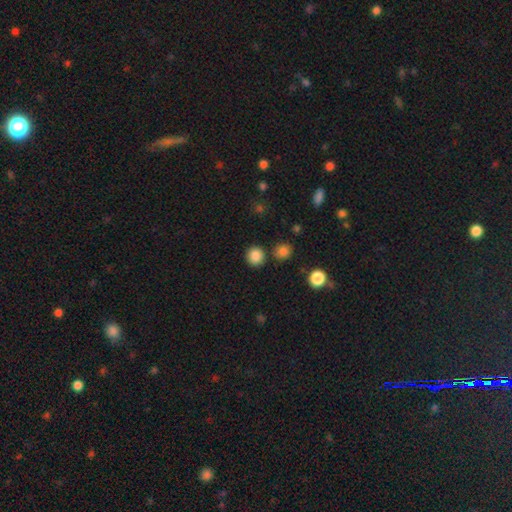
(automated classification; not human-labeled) A smooth galaxy with no disk features (86%) that is round (91%).

Vote fractions:
- Smooth or featured? smooth: 86% / star or artifact: 10% / featured or disk: 4%
- How rounded? round: 91% / in between: 8% / cigar-shaped: 1%
- Merging? none: 86% / minor disturbance: 7% / merger: 5% / major disturbance: 2%